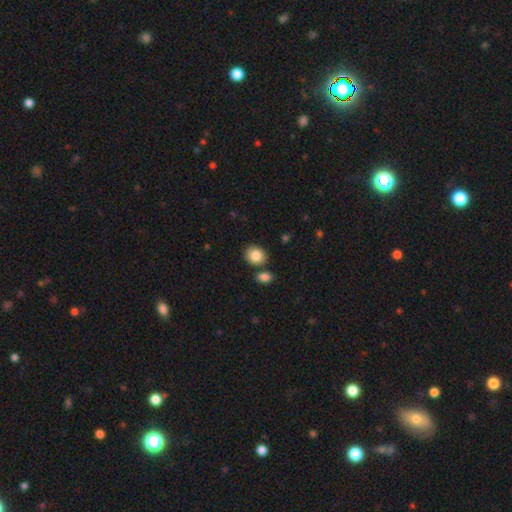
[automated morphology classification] Smooth or featured? Predicted: smooth (p=0.86). How rounded? Predicted: round (p=0.64). Merging? Predicted: none (p=0.76).